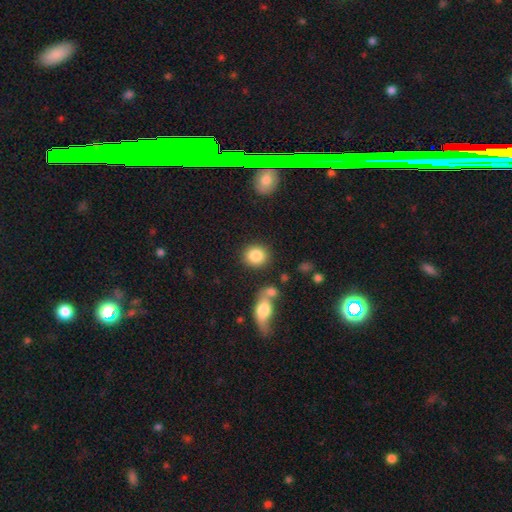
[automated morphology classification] Smooth or featured: smooth — 86% (star or artifact — 8%)
How rounded: round — 76% (in between — 22%)
Merging: none — 81% (minor disturbance — 9%)